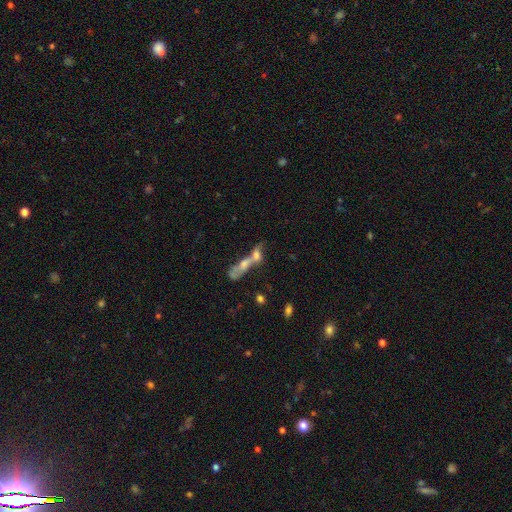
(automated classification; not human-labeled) smooth_or_featured: smooth (p=0.48) [alt: featured or disk p=0.39]
merging: merger (p=0.74) [alt: none p=0.12]